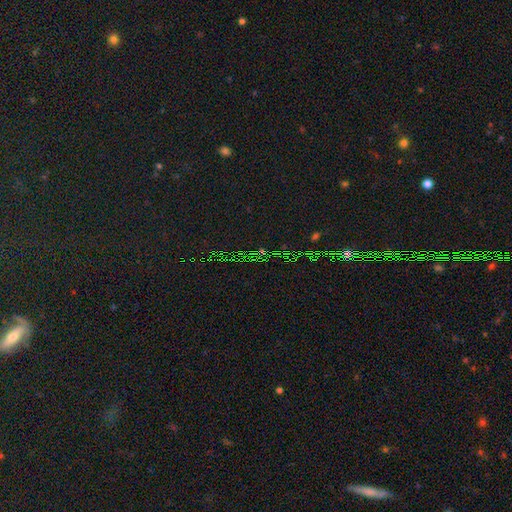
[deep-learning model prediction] Morphology: type=star or artifact (80%).